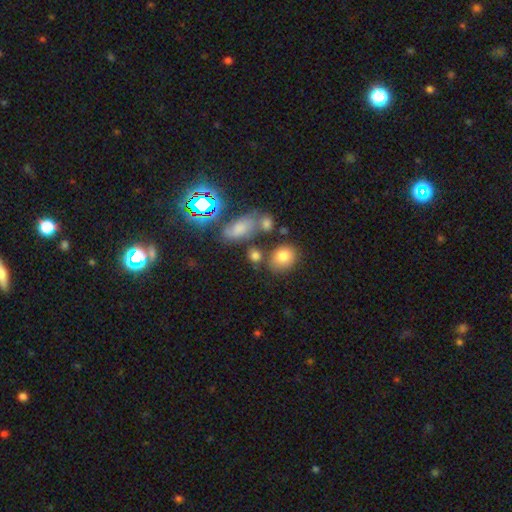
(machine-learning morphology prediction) Smooth or featured: smooth — 70% (star or artifact — 19%)
How rounded: in between — 58% (round — 39%)
Merging: none — 61% (merger — 17%)